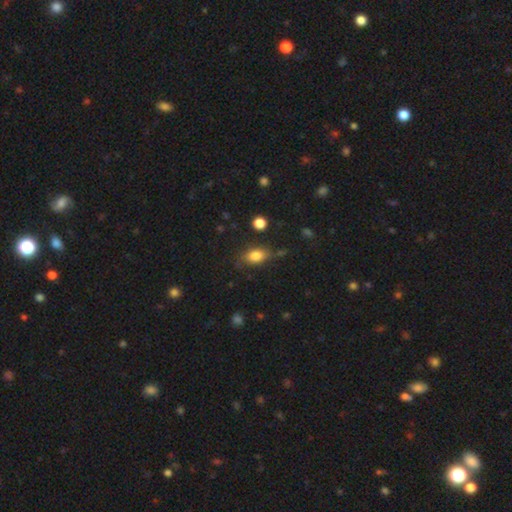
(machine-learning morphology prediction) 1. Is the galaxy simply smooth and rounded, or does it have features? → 81% smooth, 10% featured or disk, 10% star or artifact.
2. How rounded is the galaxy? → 82% in between, 13% round, 5% cigar-shaped.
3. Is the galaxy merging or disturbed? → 70% none, 21% minor disturbance, 6% major disturbance, 4% merger.